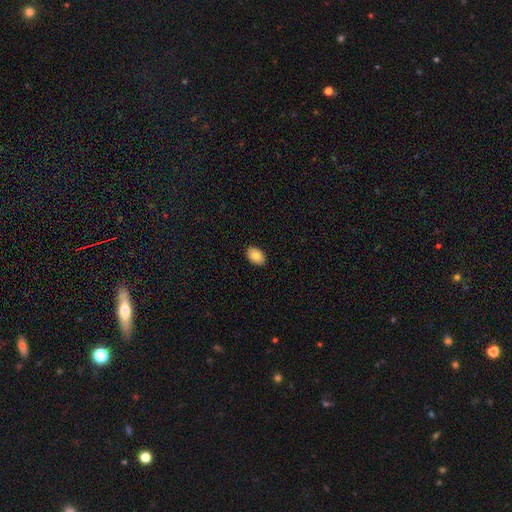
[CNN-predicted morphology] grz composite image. It shows a smooth galaxy with no disk features (86%) that is in between round and cigar-shaped (86%). Merging: none (90%).